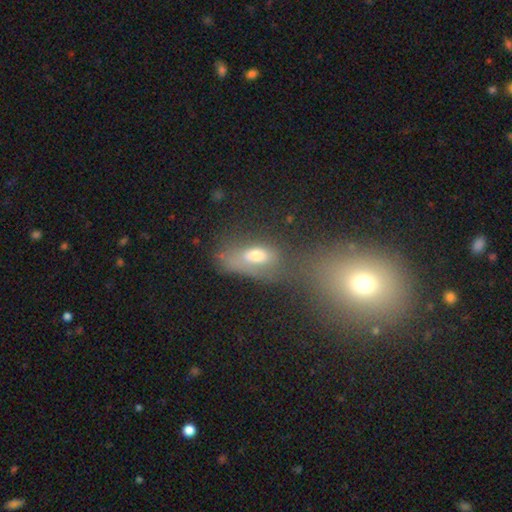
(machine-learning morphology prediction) Q: Smooth or featured?
A: smooth (60%); runner-up: featured or disk (24%)
Q: How rounded?
A: in between (79%); runner-up: round (13%)
Q: Merging?
A: none (35%); runner-up: merger (29%)